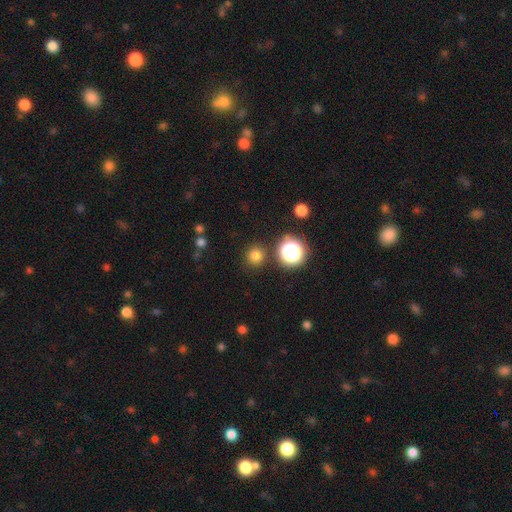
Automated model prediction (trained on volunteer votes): smooth_or_featured: smooth (p=0.77) [alt: star or artifact p=0.18]
how_rounded: round (p=0.93) [alt: in between p=0.06]
merging: none (p=0.88) [alt: minor disturbance p=0.06]